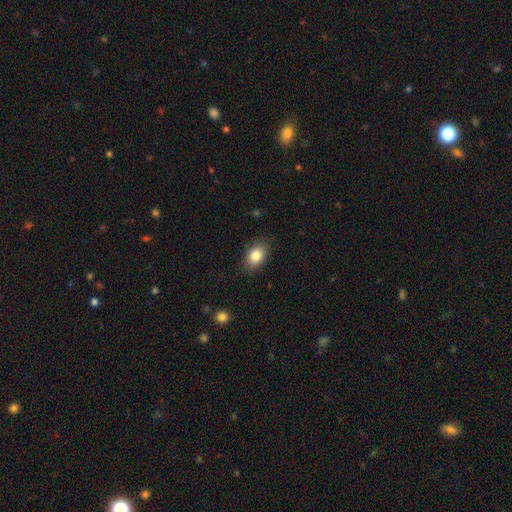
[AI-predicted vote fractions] Q: Smooth or featured?
A: smooth (84%); runner-up: star or artifact (8%)
Q: How rounded?
A: in between (80%); runner-up: round (19%)
Q: Merging?
A: none (85%); runner-up: minor disturbance (11%)